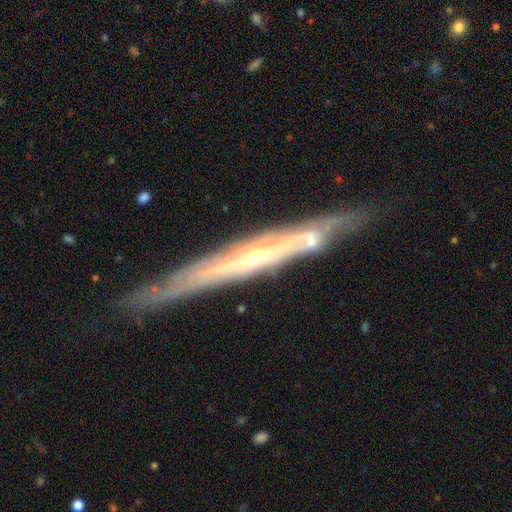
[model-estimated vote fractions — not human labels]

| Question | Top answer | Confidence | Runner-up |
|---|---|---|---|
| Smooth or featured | featured or disk | 81% | smooth (13%) |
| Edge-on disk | yes | 87% | no (13%) |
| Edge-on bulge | rounded | 59% | none (36%) |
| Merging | none | 79% | minor disturbance (14%) |